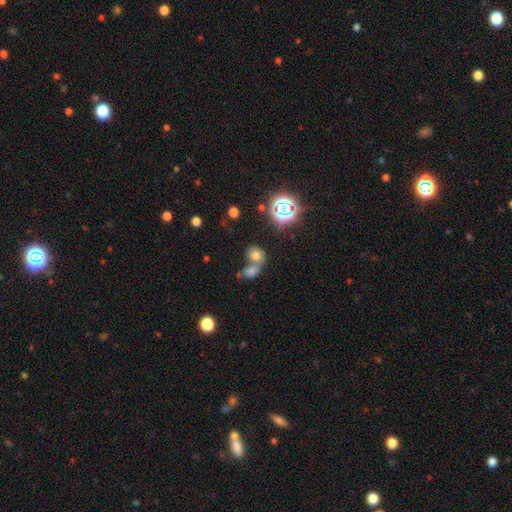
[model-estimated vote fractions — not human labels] Q: Smooth or featured?
A: smooth (66%); runner-up: star or artifact (22%)
Q: How rounded?
A: round (59%); runner-up: in between (39%)
Q: Merging?
A: merger (53%); runner-up: none (35%)